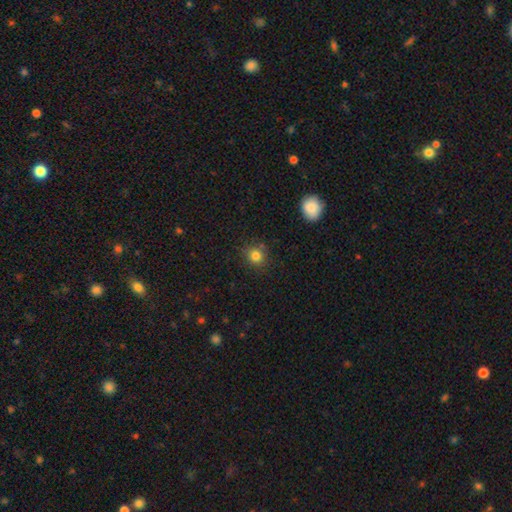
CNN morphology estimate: Q: Smooth or featured?
A: smooth (82%); runner-up: star or artifact (12%)
Q: How rounded?
A: round (87%); runner-up: in between (12%)
Q: Merging?
A: none (84%); runner-up: minor disturbance (10%)